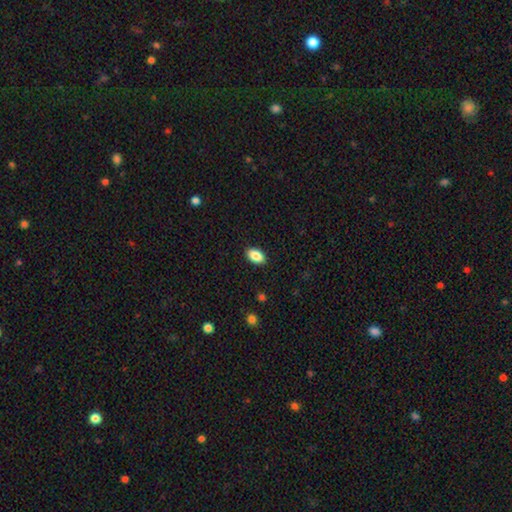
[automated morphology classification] Q: Smooth or featured?
A: smooth (87%); runner-up: star or artifact (7%)
Q: How rounded?
A: in between (93%); runner-up: round (5%)
Q: Merging?
A: none (90%); runner-up: minor disturbance (7%)